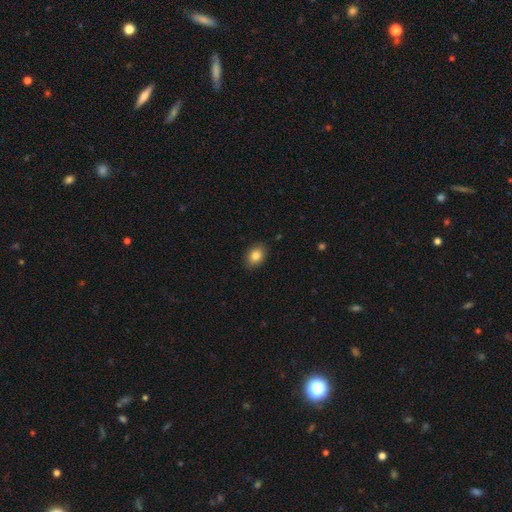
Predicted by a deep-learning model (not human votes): smooth 84%, star or artifact 9%, featured or disk 7%. Down the decision tree: how rounded — in between (74%); merging — none (88%).